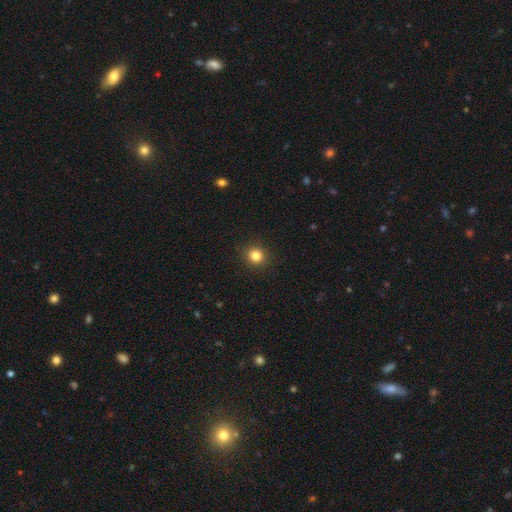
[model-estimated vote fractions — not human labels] Smooth or featured?
  - smooth: 83% *
  - star or artifact: 12%
  - featured or disk: 5%
How rounded?
  - round: 91% *
  - in between: 8%
  - cigar-shaped: 1%
Merging?
  - none: 92% *
  - minor disturbance: 5%
  - major disturbance: 2%
  - merger: 1%